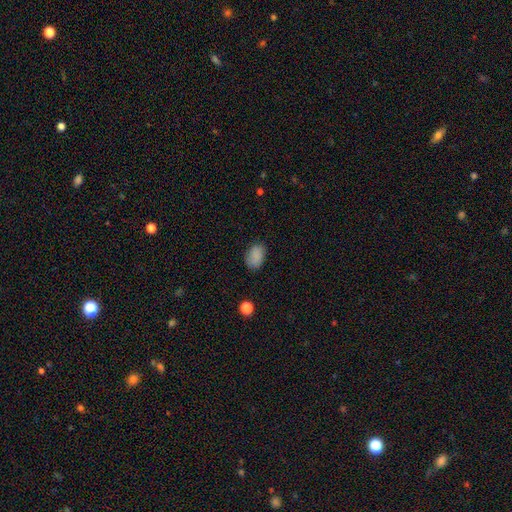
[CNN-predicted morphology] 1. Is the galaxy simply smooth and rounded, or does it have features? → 86% smooth, 10% star or artifact, 4% featured or disk.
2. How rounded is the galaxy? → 83% in between, 16% round, 1% cigar-shaped.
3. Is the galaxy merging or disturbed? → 81% none, 14% minor disturbance, 3% major disturbance, 1% merger.